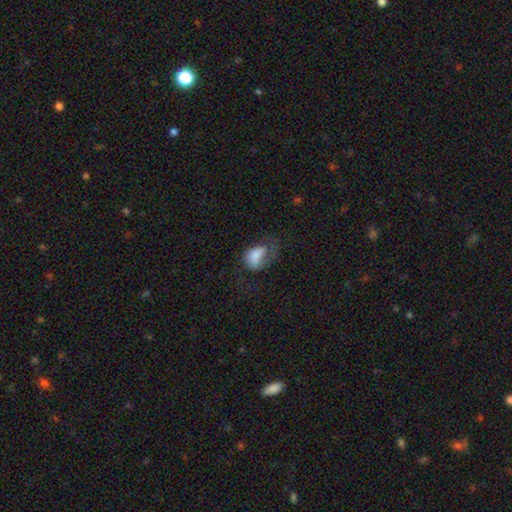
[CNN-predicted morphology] Q: Smooth or featured?
A: smooth (62%); runner-up: featured or disk (29%)
Q: How rounded?
A: in between (85%); runner-up: round (14%)
Q: Merging?
A: major disturbance (45%); runner-up: none (29%)